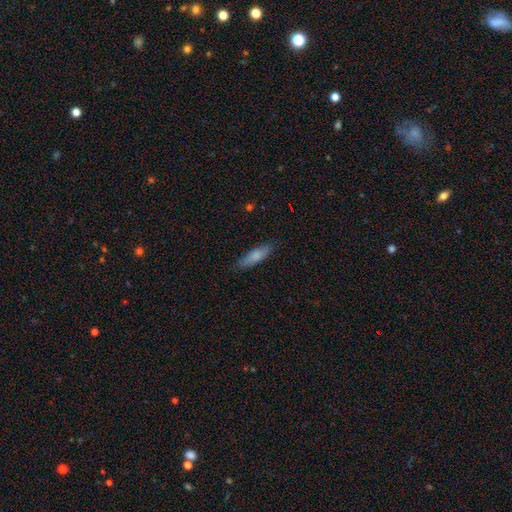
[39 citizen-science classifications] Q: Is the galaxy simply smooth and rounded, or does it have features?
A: smooth — 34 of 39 (87%).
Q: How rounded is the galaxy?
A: cigar-shaped — 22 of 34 (65%).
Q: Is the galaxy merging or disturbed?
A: none — 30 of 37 (81%).